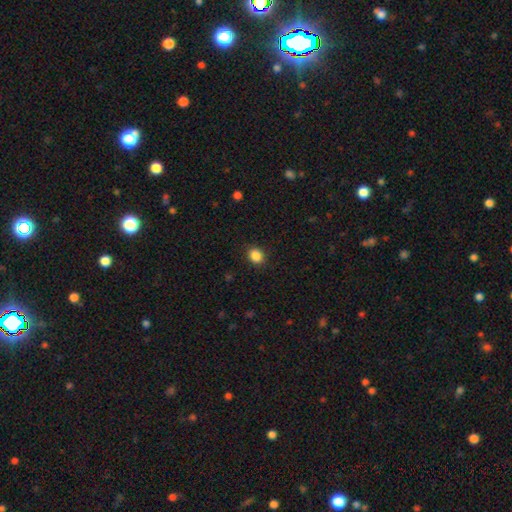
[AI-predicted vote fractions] Morphology: type=smooth (87%); roundness=round (59%); merging=none (88%).